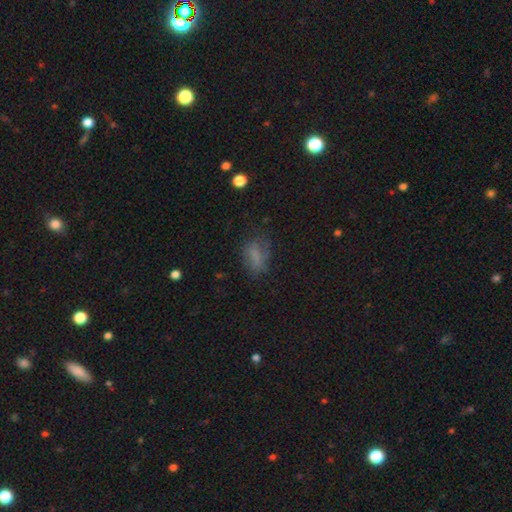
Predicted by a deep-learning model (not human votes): smooth 66%, featured or disk 18%, star or artifact 16%. Down the decision tree: how rounded — in between (81%); merging — none (57%).